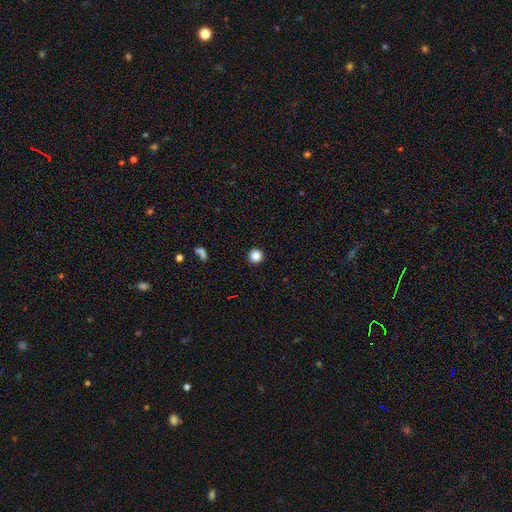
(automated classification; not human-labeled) Smooth or featured: smooth — 84% (star or artifact — 11%)
How rounded: round — 96% (in between — 3%)
Merging: none — 93% (minor disturbance — 4%)